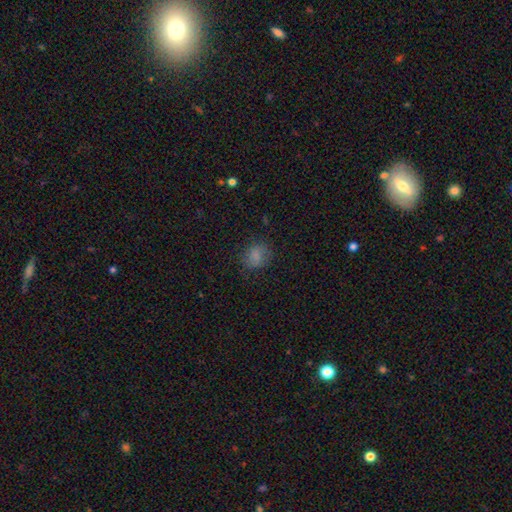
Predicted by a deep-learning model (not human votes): smooth_or_featured: smooth (p=0.80) [alt: star or artifact p=0.13]
how_rounded: round (p=0.63) [alt: in between p=0.36]
merging: none (p=0.77) [alt: minor disturbance p=0.16]